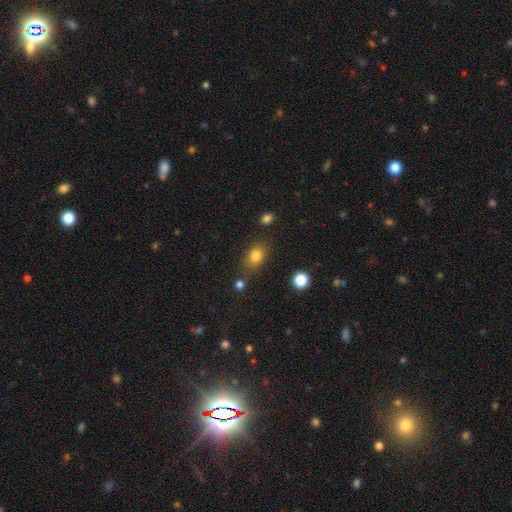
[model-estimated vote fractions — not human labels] Smooth or featured? smooth (82%)
How rounded? in between (65%)
Merging? none (73%)